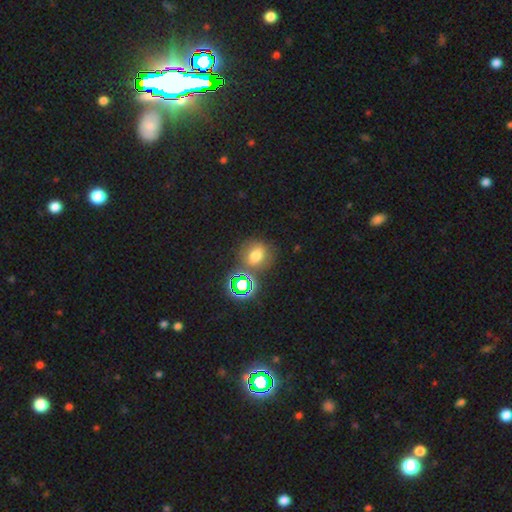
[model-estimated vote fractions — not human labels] Q: Smooth or featured?
A: smooth (57%); runner-up: star or artifact (30%)
Q: How rounded?
A: round (64%); runner-up: in between (34%)
Q: Merging?
A: none (69%); runner-up: minor disturbance (13%)